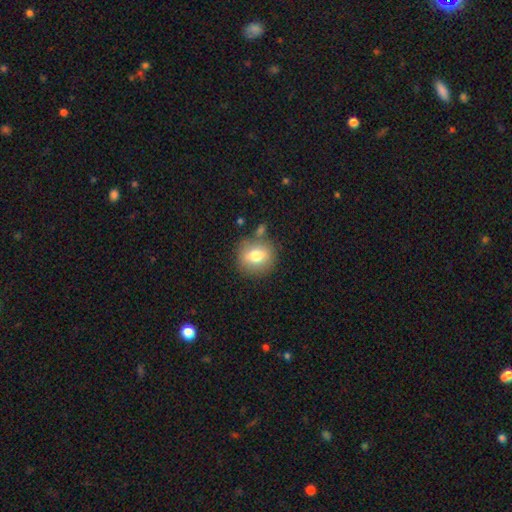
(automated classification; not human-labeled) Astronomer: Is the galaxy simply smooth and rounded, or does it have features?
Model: smooth — 73%.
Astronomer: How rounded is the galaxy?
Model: round — 83%.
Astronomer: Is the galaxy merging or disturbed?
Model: none — 78%.